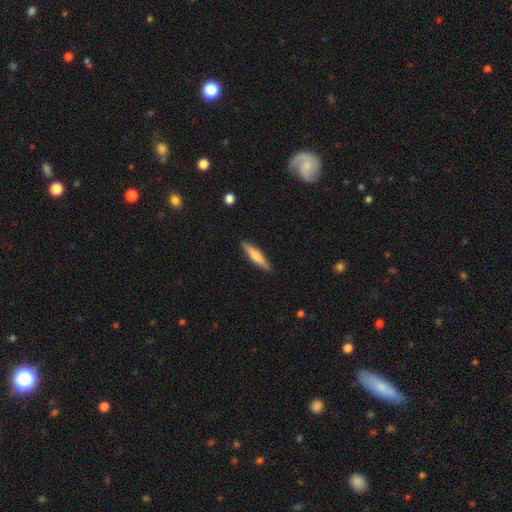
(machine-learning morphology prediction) smooth-or-featured: smooth: 64% | featured or disk: 30% | star or artifact: 6%
  how-rounded: cigar-shaped: 81% | in between: 17% | round: 2%
  merging: none: 89% | minor disturbance: 8% | major disturbance: 2% | merger: 1%